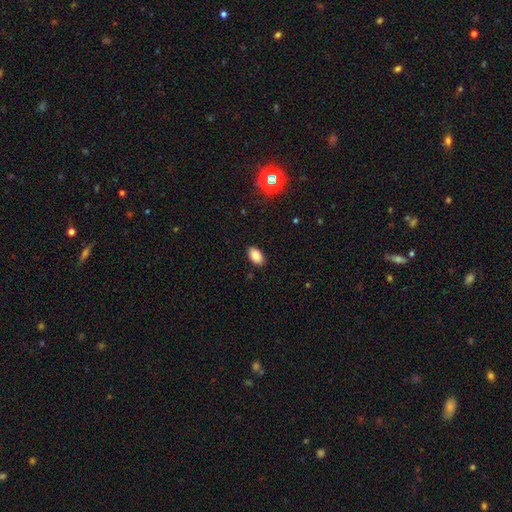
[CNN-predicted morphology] smooth_or_featured: smooth (p=0.84) [alt: star or artifact p=0.10]
how_rounded: in between (p=0.92) [alt: round p=0.06]
merging: none (p=0.88) [alt: minor disturbance p=0.08]